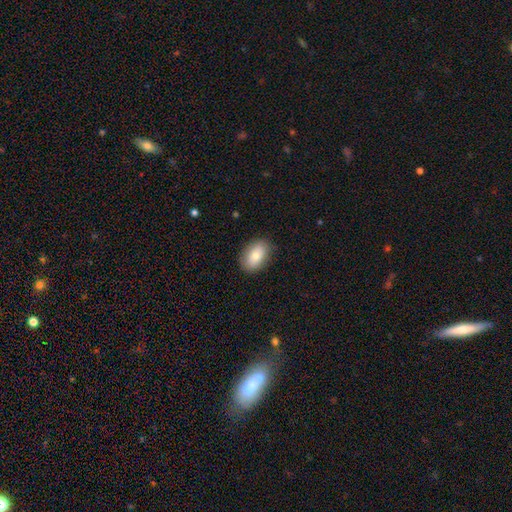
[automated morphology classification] This is clearly a smooth galaxy (80%). How rounded: clearly in between (90%). Merging: clearly none (85%).